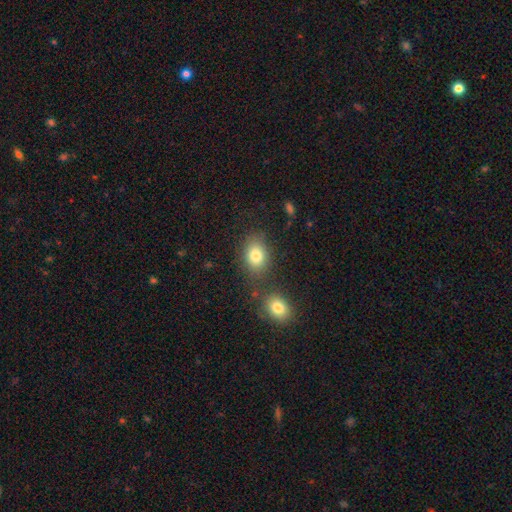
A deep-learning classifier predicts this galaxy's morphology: smooth-or-featured: smooth: 81% | star or artifact: 10% | featured or disk: 9%
  how-rounded: in between: 69% | round: 30% | cigar-shaped: 1%
  merging: none: 70% | merger: 14% | minor disturbance: 12% | major disturbance: 4%